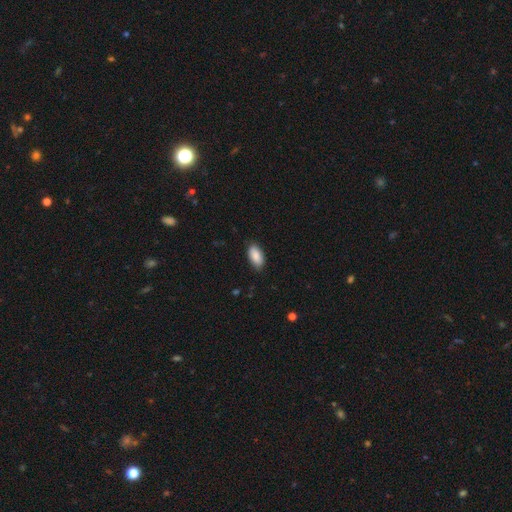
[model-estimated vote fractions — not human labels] Smooth or featured?
  - smooth: 87% *
  - featured or disk: 6%
  - star or artifact: 6%
How rounded?
  - in between: 93% *
  - cigar-shaped: 4%
  - round: 2%
Merging?
  - none: 85% *
  - minor disturbance: 12%
  - major disturbance: 2%
  - merger: 1%